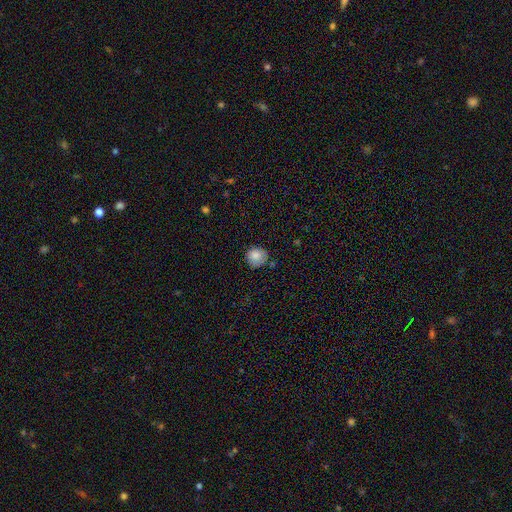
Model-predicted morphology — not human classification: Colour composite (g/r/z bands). It shows a smooth galaxy with no disk features (84%) that is round (87%). Merging: none (75%).